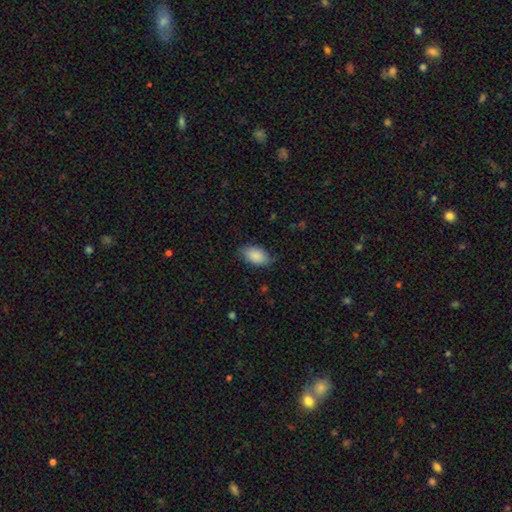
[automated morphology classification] A smooth galaxy with no disk features (87%) that is in between round and cigar-shaped (93%). Merging: none (77%).